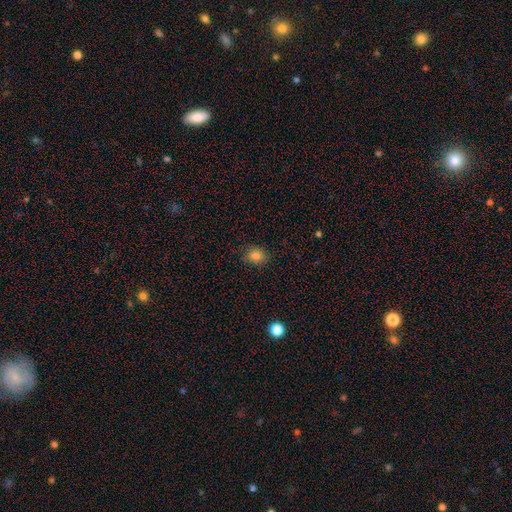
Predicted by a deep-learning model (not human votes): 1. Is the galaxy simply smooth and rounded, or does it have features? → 83% smooth, 12% star or artifact, 5% featured or disk.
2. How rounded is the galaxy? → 56% round, 43% in between, 1% cigar-shaped.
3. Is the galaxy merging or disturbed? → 87% none, 10% minor disturbance, 2% major disturbance, 1% merger.